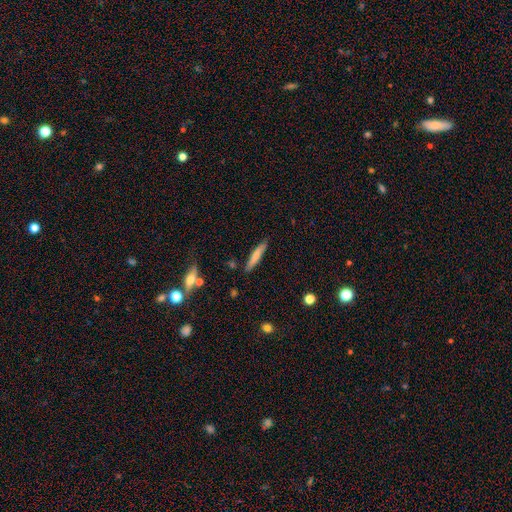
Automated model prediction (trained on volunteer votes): Q: Smooth or featured?
A: smooth (71%); runner-up: featured or disk (22%)
Q: How rounded?
A: cigar-shaped (90%); runner-up: in between (9%)
Q: Merging?
A: none (86%); runner-up: minor disturbance (10%)